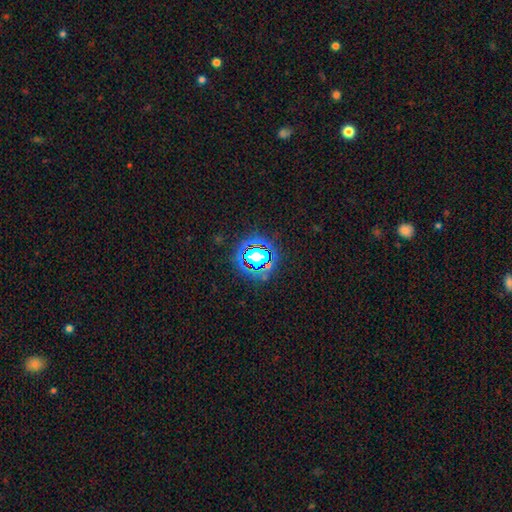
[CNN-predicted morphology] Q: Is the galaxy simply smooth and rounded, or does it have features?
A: star or artifact — 75%.